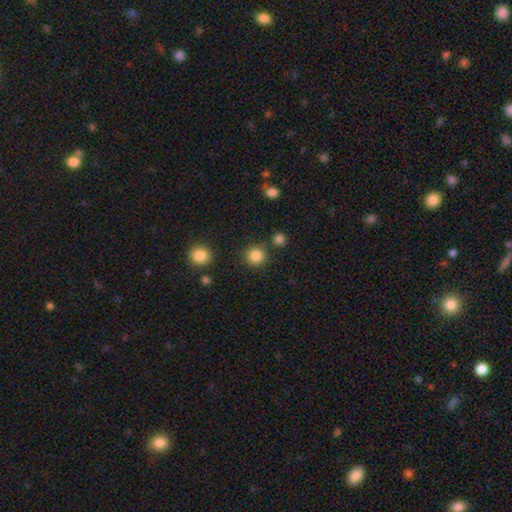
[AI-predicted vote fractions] A smooth galaxy with no disk features (85%) that is round (94%).

Vote fractions:
- Smooth or featured? smooth: 85% / star or artifact: 11% / featured or disk: 4%
- How rounded? round: 94% / in between: 5% / cigar-shaped: 1%
- Merging? none: 87% / minor disturbance: 6% / merger: 4% / major disturbance: 2%